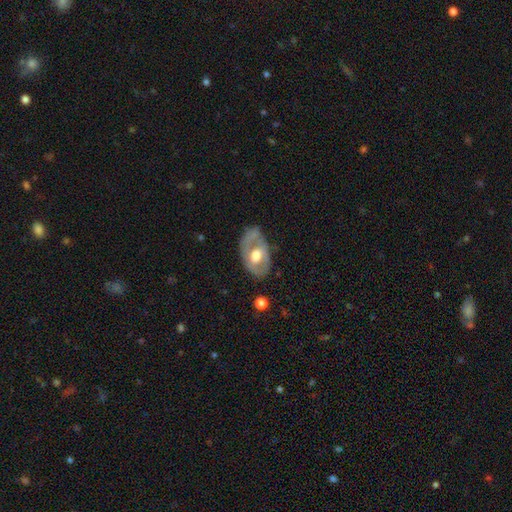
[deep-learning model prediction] Smooth or featured: featured or disk — 61% (smooth — 34%)
Edge-on disk: no — 92% (yes — 8%)
Bar: no — 65% (weak — 27%)
Spiral arms: no — 62% (yes — 38%)
Bulge size: moderate — 61% (large — 30%)
Merging: none — 55% (minor disturbance — 28%)